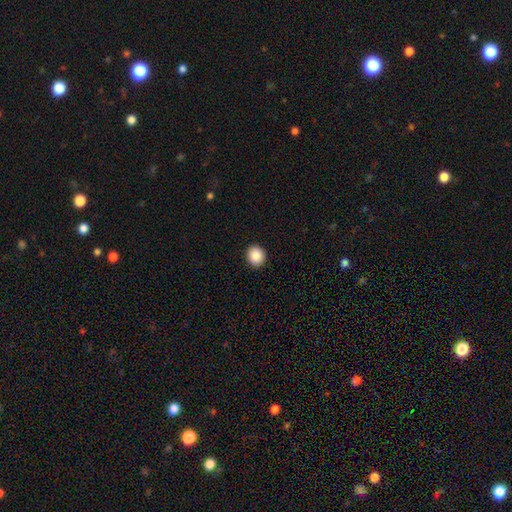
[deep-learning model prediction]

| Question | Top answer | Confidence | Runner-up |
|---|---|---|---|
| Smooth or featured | smooth | 88% | star or artifact (8%) |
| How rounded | round | 79% | in between (20%) |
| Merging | none | 93% | minor disturbance (5%) |